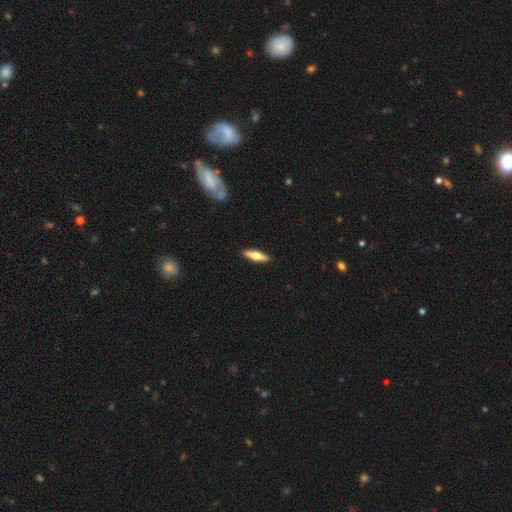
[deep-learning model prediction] This is possibly a smooth galaxy (56%). How rounded: likely cigar-shaped (64%). Merging: clearly none (91%).